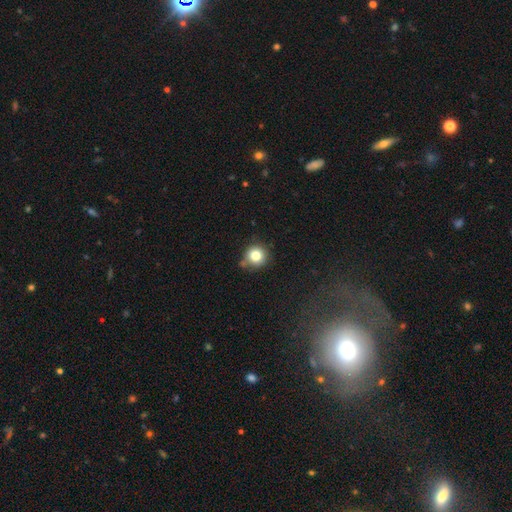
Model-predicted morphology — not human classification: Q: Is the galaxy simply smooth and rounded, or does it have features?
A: smooth — 81%.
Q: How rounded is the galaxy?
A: round — 93%.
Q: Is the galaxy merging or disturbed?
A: none — 76%.